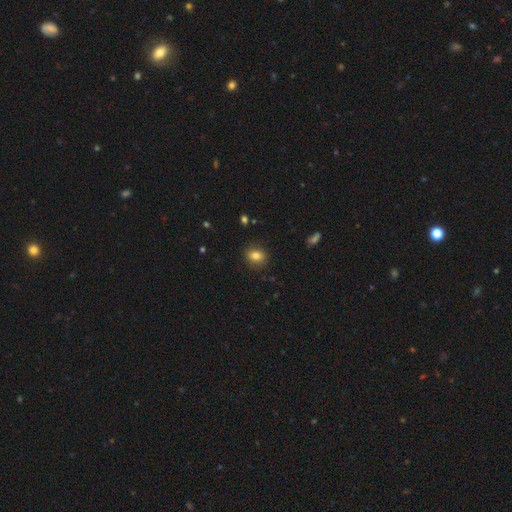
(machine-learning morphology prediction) smooth 82%, star or artifact 10%, featured or disk 8%. Down the decision tree: how rounded — in between (51%); merging — none (86%).